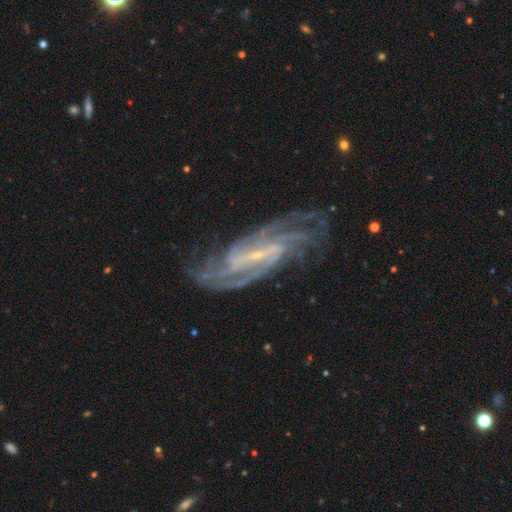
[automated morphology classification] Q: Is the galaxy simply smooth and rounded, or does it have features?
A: featured or disk — 91%.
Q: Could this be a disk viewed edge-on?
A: no — 94%.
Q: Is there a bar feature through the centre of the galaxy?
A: strong — 45%.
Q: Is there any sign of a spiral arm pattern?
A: yes — 98%.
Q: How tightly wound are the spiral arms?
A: tight — 49%.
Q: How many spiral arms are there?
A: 2 — 23%.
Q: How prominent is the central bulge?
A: small — 81%.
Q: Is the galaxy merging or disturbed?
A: none — 76%.